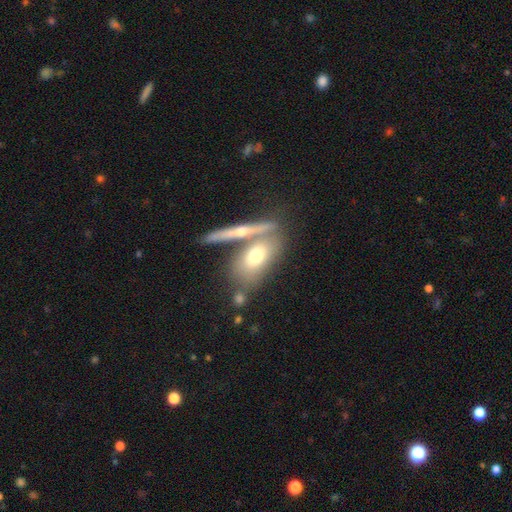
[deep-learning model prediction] Morphology: type=smooth (61%); roundness=in between (73%); merging=none (47%).